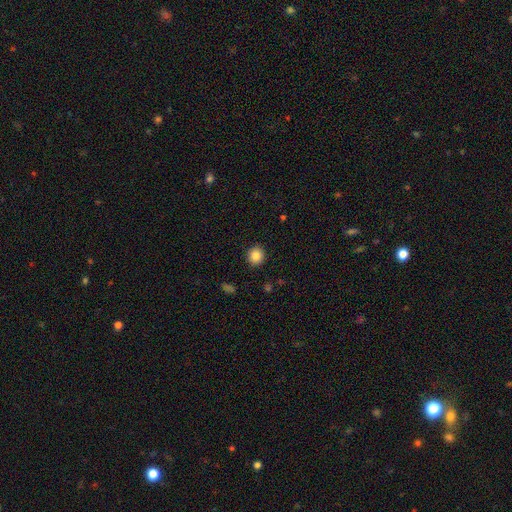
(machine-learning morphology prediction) Smooth or featured? Predicted: smooth (p=0.85). How rounded? Predicted: round (p=0.89). Merging? Predicted: none (p=0.92).